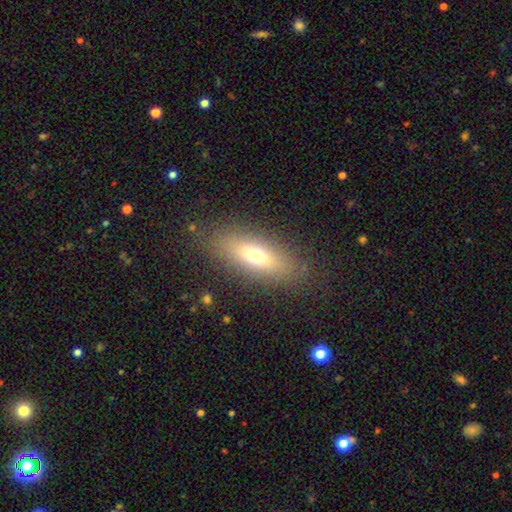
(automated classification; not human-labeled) This appears to be a smooth galaxy with no disk features (63%) that is in between round and cigar-shaped (71%). Merging: none (82%).